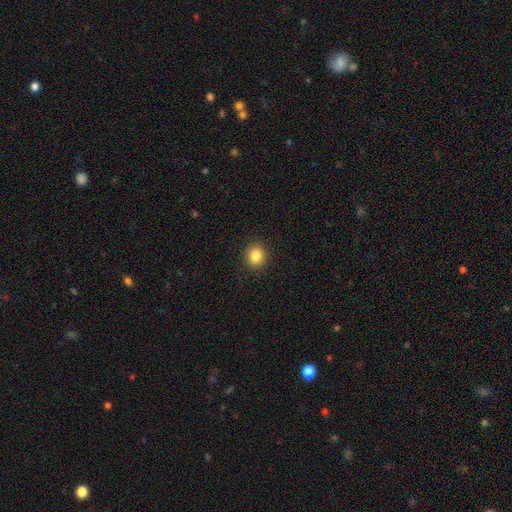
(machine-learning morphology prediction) type=smooth (85%); roundness=round (75%); merging=none (91%).